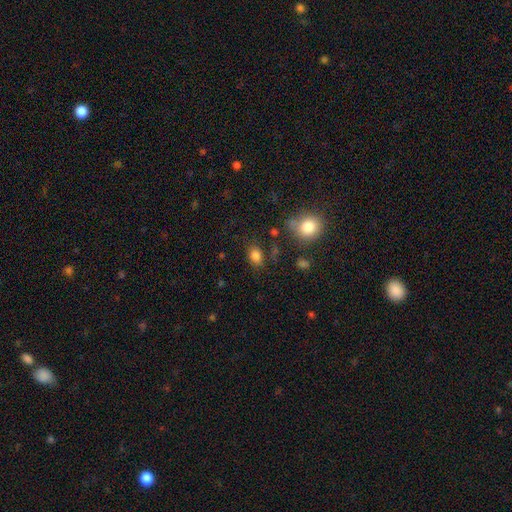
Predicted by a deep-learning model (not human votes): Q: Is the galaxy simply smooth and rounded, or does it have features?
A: smooth — 82%.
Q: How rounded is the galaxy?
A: in between — 71%.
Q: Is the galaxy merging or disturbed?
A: none — 75%.